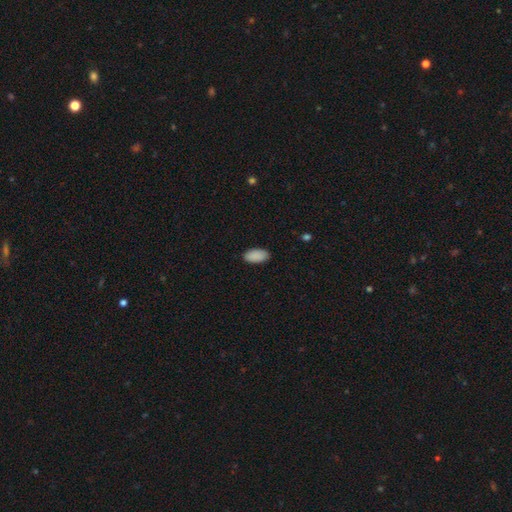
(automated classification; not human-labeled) Overall: smooth (91%). How rounded: in between (95%). Merging: none (88%).